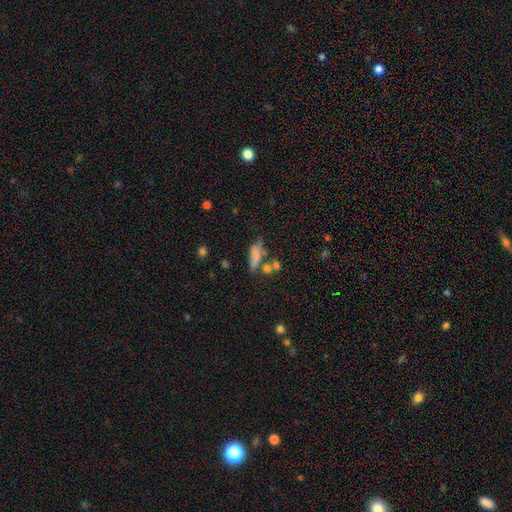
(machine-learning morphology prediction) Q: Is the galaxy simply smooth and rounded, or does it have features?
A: smooth — 65%.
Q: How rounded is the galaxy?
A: in between — 60%.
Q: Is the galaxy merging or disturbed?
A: none — 33%.